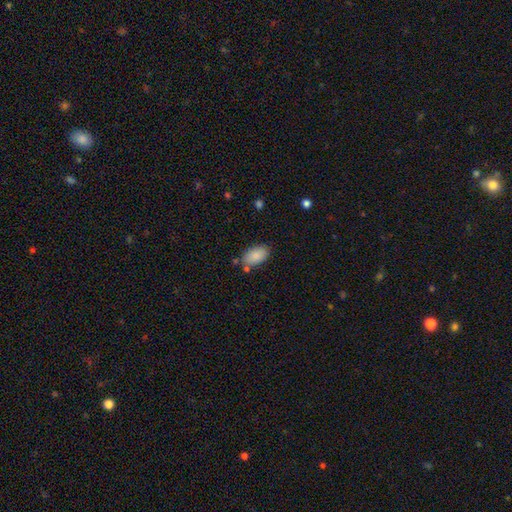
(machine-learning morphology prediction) Smooth or featured? Predicted: smooth (p=0.87). How rounded? Predicted: in between (p=0.94). Merging? Predicted: none (p=0.75).